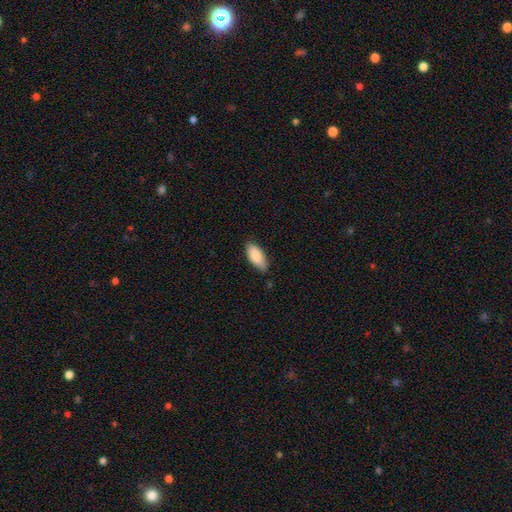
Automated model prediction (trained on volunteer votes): smooth 87%, featured or disk 7%, star or artifact 6%. Down the decision tree: how rounded — in between (89%); merging — none (75%).